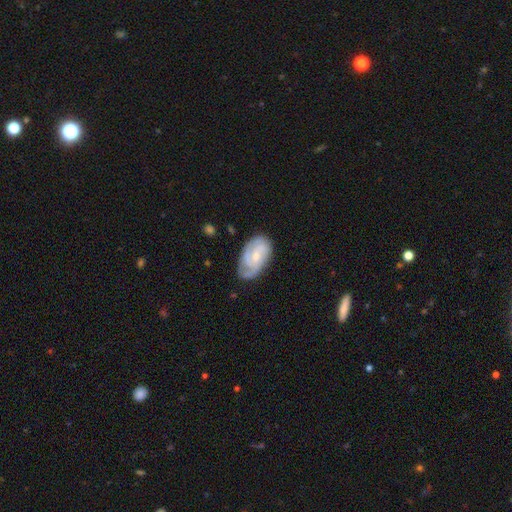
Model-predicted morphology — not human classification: A featured or disk galaxy (79%) with no bar (53%), 2 (35%) tight (51%) spiral arms (96%) and a small central bulge (54%).

Vote fractions:
- Smooth or featured? featured or disk: 79% / smooth: 16% / star or artifact: 5%
- Edge-on disk? no: 97% / yes: 3%
- Bar? no: 53% / weak: 40% / strong: 7%
- Spiral arms? yes: 96% / no: 4%
- Spiral winding? tight: 51% / medium: 39% / loose: 10%
- Spiral arm count? 2: 35% / 3: 34% / can't tell: 18% / 4: 6% / 1: 4% / more than 4: 3%
- Bulge size? small: 54% / moderate: 38% / none: 6% / large: 2% / dominant: 1%
- Merging? none: 69% / minor disturbance: 23% / major disturbance: 7% / merger: 1%